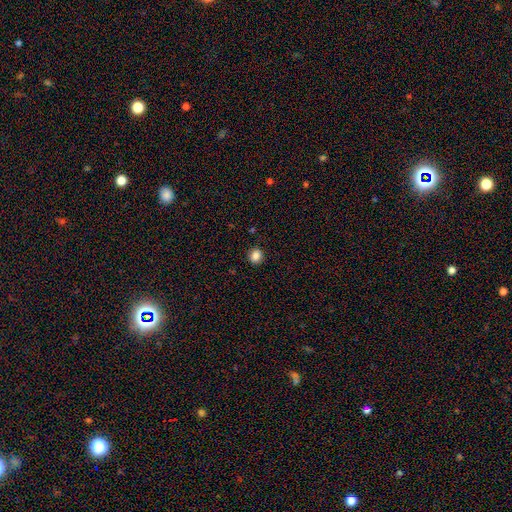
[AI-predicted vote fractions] A smooth galaxy with no disk features (86%) that is round (75%). Merging: none (90%).